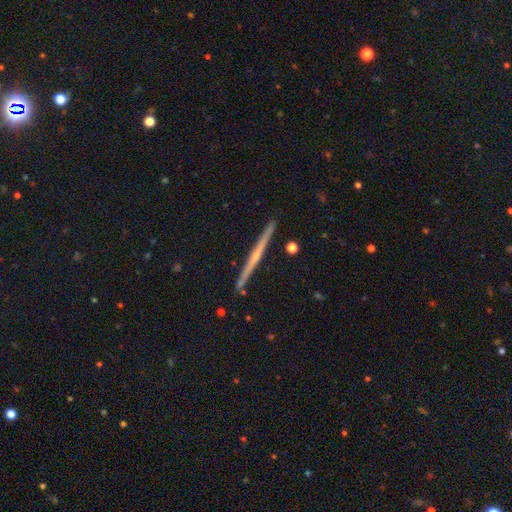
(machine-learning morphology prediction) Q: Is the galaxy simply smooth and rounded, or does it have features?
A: featured or disk — 74%.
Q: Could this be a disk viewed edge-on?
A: yes — 98%.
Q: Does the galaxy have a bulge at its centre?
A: rounded — 52%.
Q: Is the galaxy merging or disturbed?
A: none — 91%.